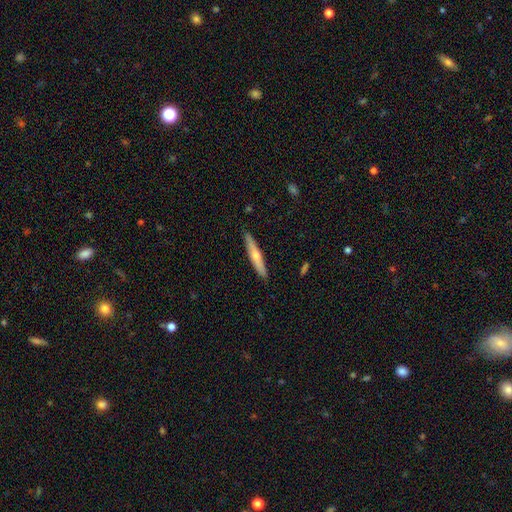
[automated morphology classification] The model was most divided on "smooth or featured": featured or disk: 49%, smooth: 46%, star or artifact: 6%. More confident: merging — none (89%).